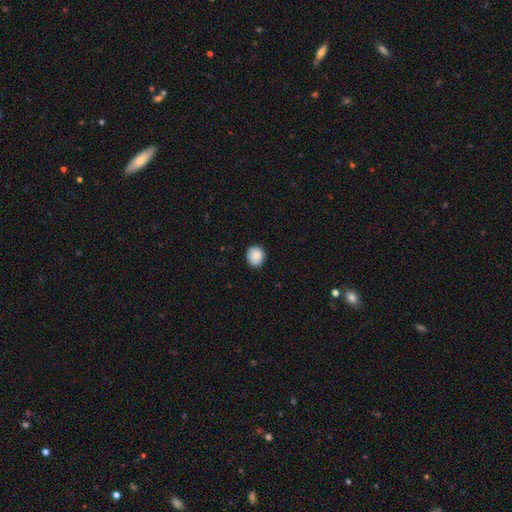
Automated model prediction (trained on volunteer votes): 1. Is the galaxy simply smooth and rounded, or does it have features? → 86% smooth, 8% star or artifact, 6% featured or disk.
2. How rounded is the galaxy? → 77% round, 22% in between, 1% cigar-shaped.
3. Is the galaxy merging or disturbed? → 85% none, 12% minor disturbance, 2% major disturbance, 1% merger.